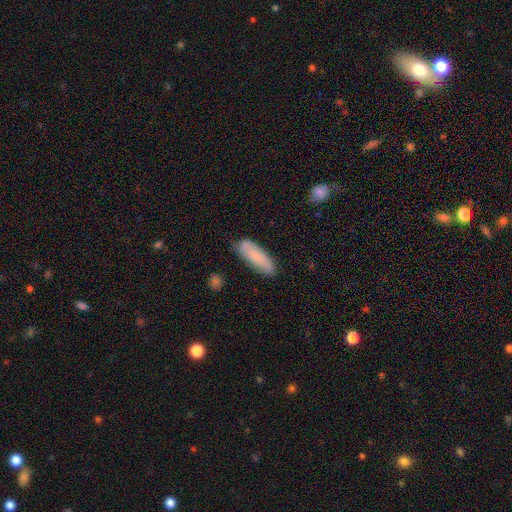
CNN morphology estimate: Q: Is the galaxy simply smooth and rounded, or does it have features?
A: smooth — 71%.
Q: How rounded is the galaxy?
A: in between — 53%.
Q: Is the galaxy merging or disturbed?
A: none — 75%.